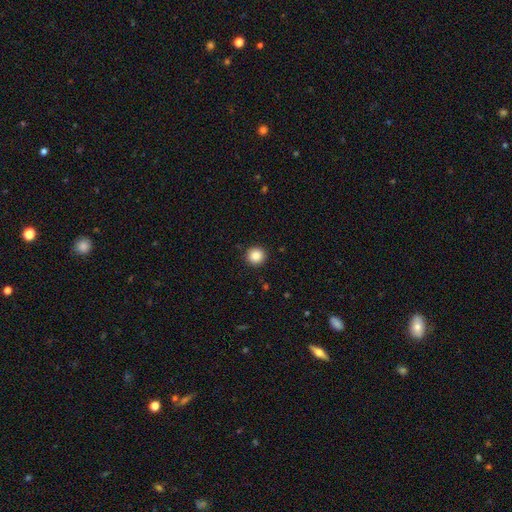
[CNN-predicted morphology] A smooth galaxy with no disk features (87%) that is round (95%). Merging: none (92%).